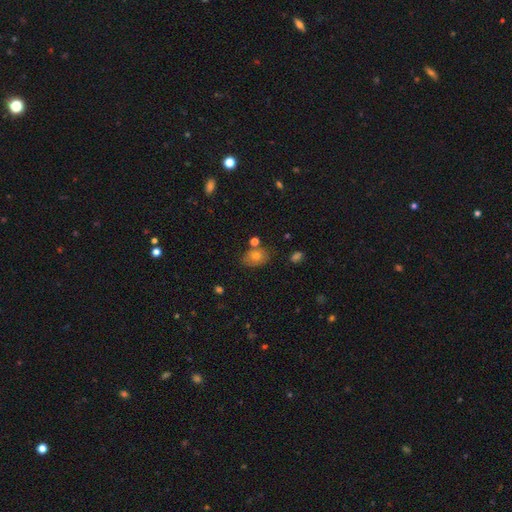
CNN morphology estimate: Smooth or featured: smooth — 69% (featured or disk — 18%)
How rounded: in between — 76% (round — 23%)
Merging: none — 71% (minor disturbance — 18%)